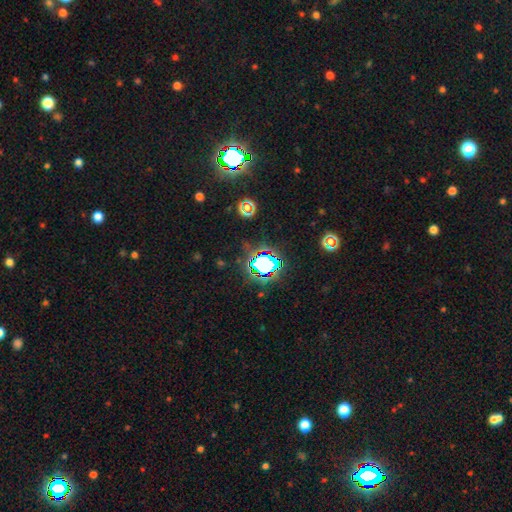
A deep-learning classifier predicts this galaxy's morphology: Smooth or featured: star or artifact — 76% (smooth — 15%)